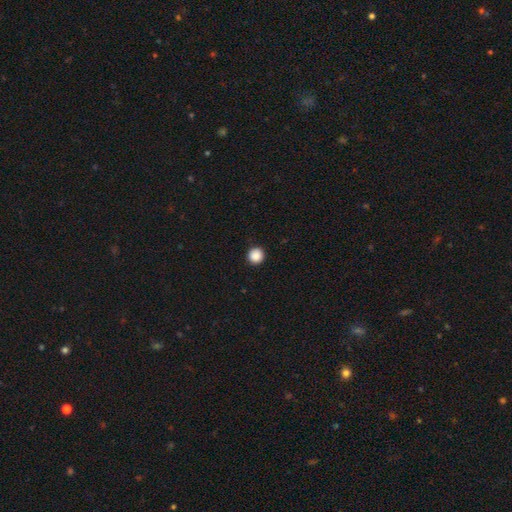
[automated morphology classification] This is clearly a smooth galaxy (88%). How rounded: clearly round (96%). Merging: clearly none (93%).